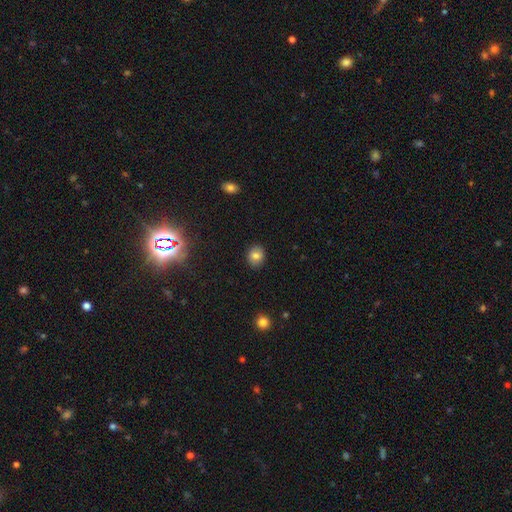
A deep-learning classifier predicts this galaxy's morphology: Overall: smooth (79%). How rounded: round (70%). Merging: none (89%).